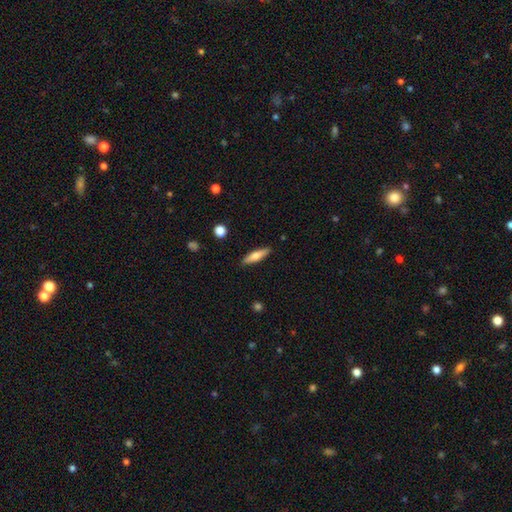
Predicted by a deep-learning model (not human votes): This appears to be a smooth galaxy with no disk features (68%) that is cigar-shaped (73%). Merging: none (88%).